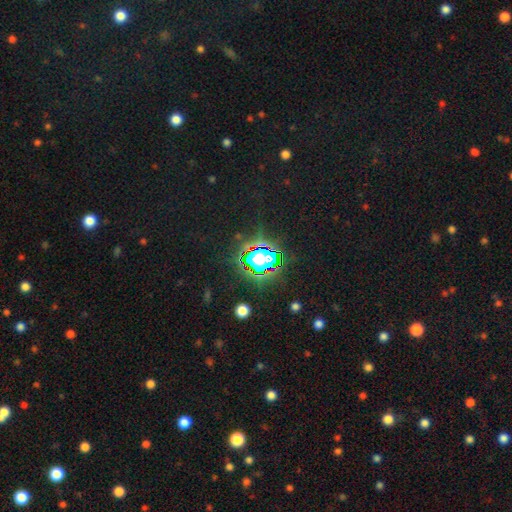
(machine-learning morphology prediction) A star or artifact, not a galaxy (69%).